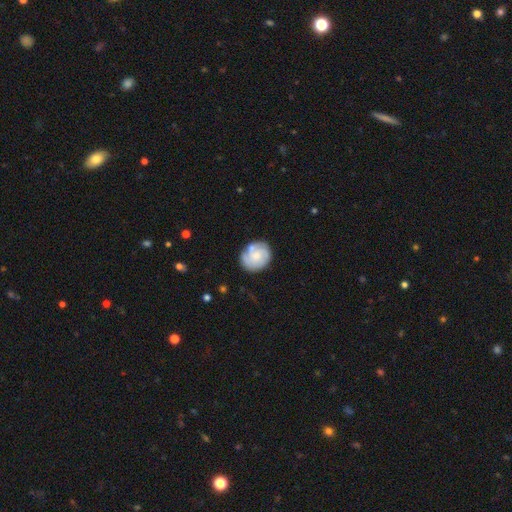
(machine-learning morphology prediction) smooth_or_featured: featured or disk (p=0.52) [alt: smooth p=0.42]
disk_edge_on: no (p=0.98) [alt: yes p=0.02]
bar: no (p=0.78) [alt: weak p=0.19]
has_spiral_arms: yes (p=0.81) [alt: no p=0.19]
bulge_size: small (p=0.43) [alt: moderate p=0.41]
merging: none (p=0.73) [alt: minor disturbance p=0.18]